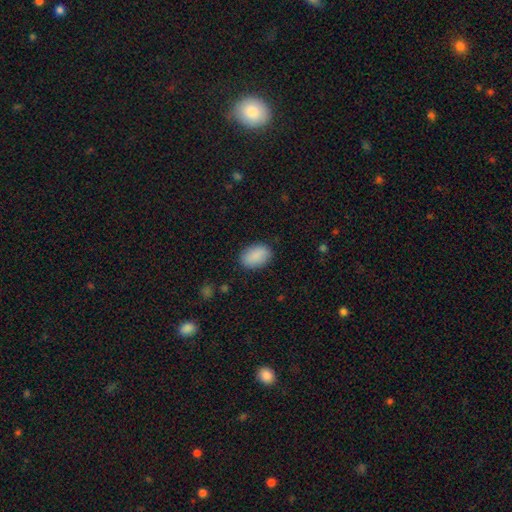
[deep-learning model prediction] This appears to be a smooth galaxy with no disk features (89%) that is in between round and cigar-shaped (88%). Merging: none (86%).